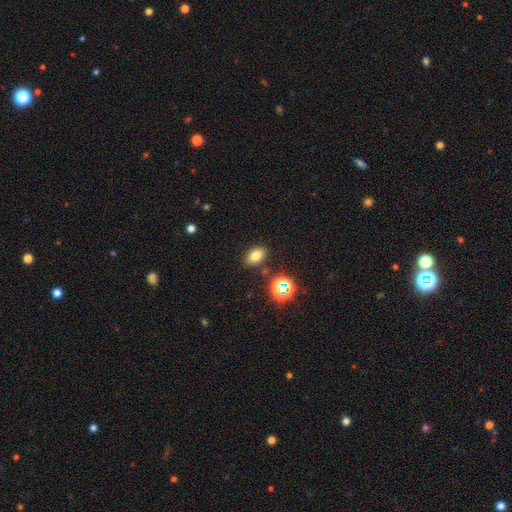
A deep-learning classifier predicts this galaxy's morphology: Smooth or featured: smooth — 75% (star or artifact — 15%)
How rounded: in between — 84% (round — 14%)
Merging: none — 84% (minor disturbance — 10%)